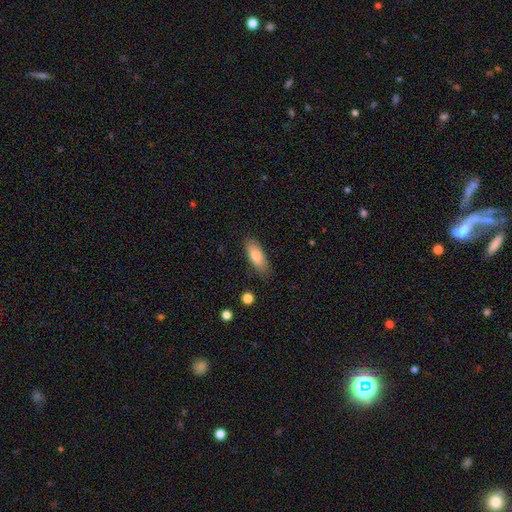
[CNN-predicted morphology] A smooth galaxy with no disk features (81%) that is in between round and cigar-shaped (74%).

Vote fractions:
- Smooth or featured? smooth: 81% / featured or disk: 13% / star or artifact: 6%
- How rounded? in between: 74% / cigar-shaped: 24% / round: 2%
- Merging? none: 81% / minor disturbance: 15% / major disturbance: 3% / merger: 1%